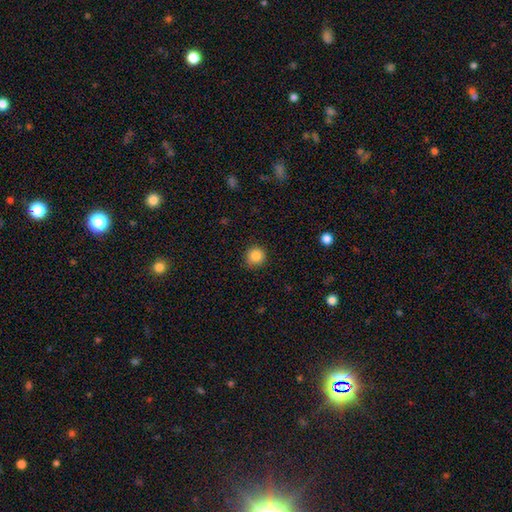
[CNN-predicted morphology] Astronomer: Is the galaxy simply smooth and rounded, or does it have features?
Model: smooth — 86%.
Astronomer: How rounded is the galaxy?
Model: round — 93%.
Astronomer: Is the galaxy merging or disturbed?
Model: none — 89%.